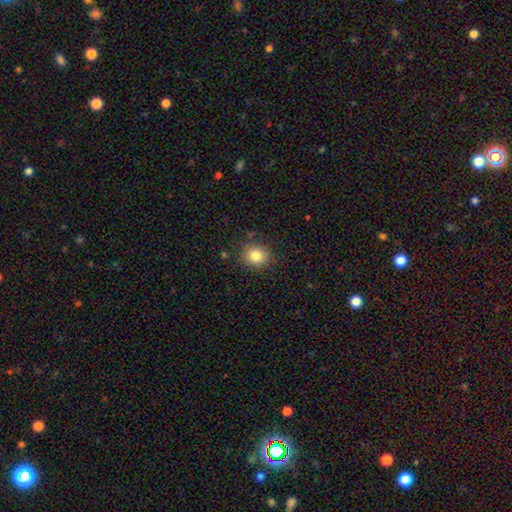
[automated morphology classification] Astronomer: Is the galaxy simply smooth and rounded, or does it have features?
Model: smooth — 82%.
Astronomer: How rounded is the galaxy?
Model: round — 82%.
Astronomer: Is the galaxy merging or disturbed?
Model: none — 86%.